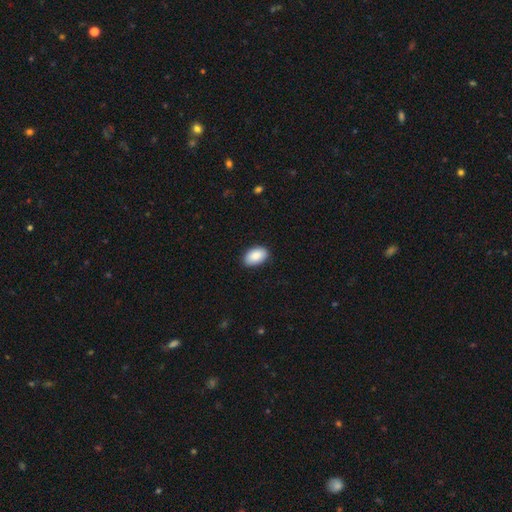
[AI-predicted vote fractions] A smooth galaxy with no disk features (89%) that is in between round and cigar-shaped (94%).

Vote fractions:
- Smooth or featured? smooth: 89% / star or artifact: 6% / featured or disk: 5%
- How rounded? in between: 94% / round: 5% / cigar-shaped: 1%
- Merging? none: 87% / minor disturbance: 10% / major disturbance: 2% / merger: 1%